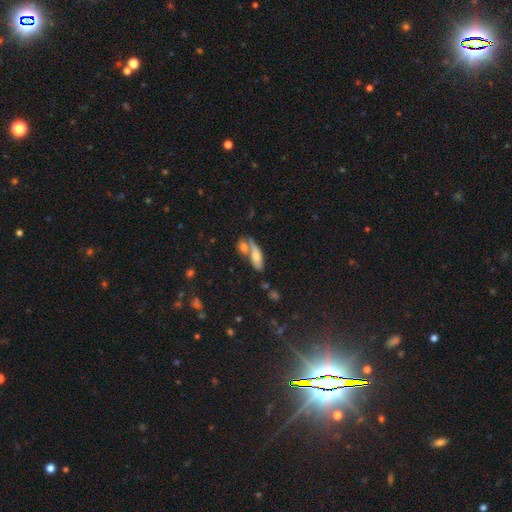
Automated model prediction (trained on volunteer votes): Q: Smooth or featured?
A: smooth (72%); runner-up: featured or disk (19%)
Q: How rounded?
A: in between (64%); runner-up: cigar-shaped (33%)
Q: Merging?
A: none (42%); runner-up: merger (41%)